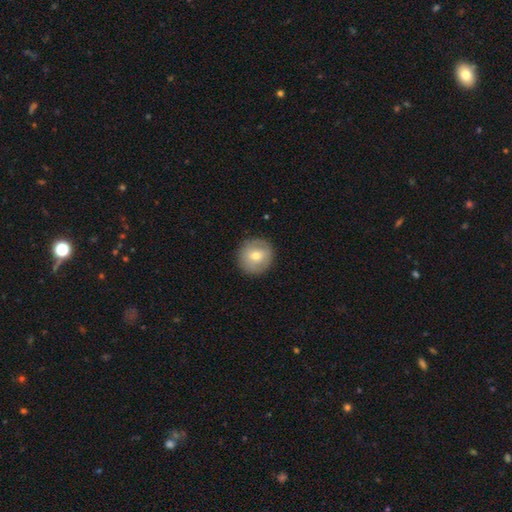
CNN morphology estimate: smooth_or_featured: smooth (p=0.65) [alt: featured or disk p=0.27]
how_rounded: round (p=0.93) [alt: in between p=0.06]
merging: none (p=0.88) [alt: minor disturbance p=0.08]